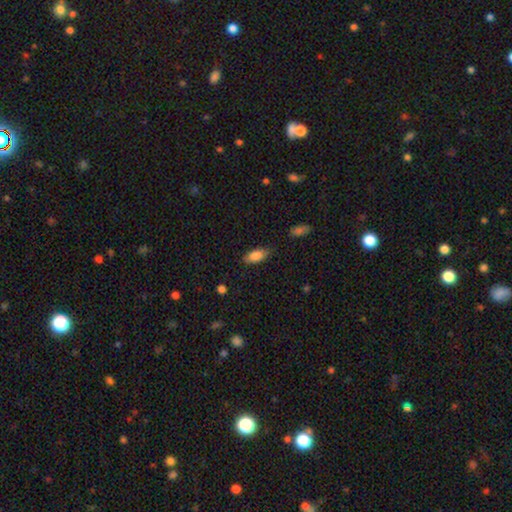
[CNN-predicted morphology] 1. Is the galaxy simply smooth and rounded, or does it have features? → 86% smooth, 7% star or artifact, 7% featured or disk.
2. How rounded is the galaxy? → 88% in between, 10% cigar-shaped, 2% round.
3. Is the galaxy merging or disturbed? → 79% none, 16% minor disturbance, 4% major disturbance, 2% merger.